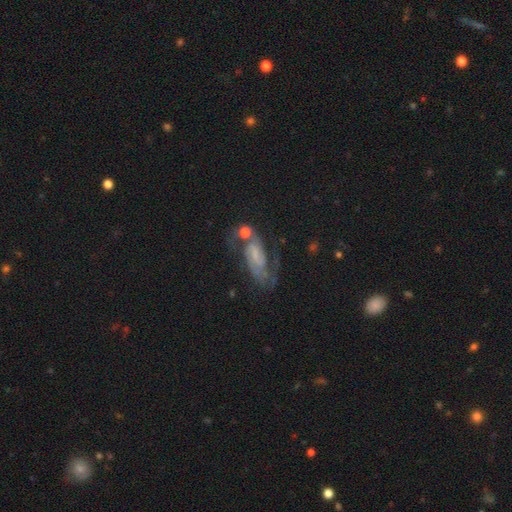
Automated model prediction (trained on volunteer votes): Smooth or featured? featured or disk (72%)
Edge-on disk? no (94%)
Bar? no (44%)
Spiral arms? yes (90%)
Spiral winding? medium (47%)
Spiral arm count? 2 (75%)
Bulge size? small (39%)
Merging? none (48%)